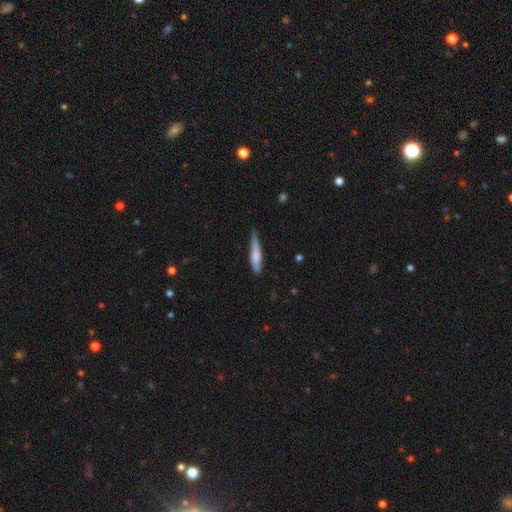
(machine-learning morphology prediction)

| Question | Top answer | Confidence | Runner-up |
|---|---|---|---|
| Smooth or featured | smooth | 71% | featured or disk (23%) |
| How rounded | cigar-shaped | 85% | in between (13%) |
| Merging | none | 60% | minor disturbance (33%) |